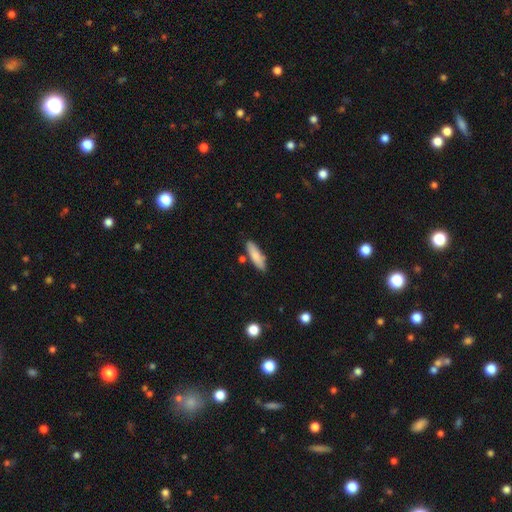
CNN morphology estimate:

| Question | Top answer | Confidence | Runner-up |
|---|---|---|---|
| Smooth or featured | smooth | 82% | featured or disk (12%) |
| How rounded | cigar-shaped | 57% | in between (41%) |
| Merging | none | 82% | minor disturbance (12%) |